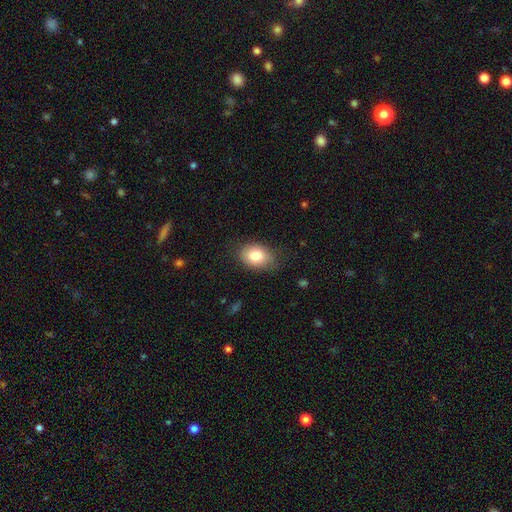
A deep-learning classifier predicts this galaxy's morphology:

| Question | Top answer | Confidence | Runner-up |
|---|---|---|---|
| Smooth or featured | smooth | 81% | featured or disk (11%) |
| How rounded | in between | 76% | round (23%) |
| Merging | none | 77% | minor disturbance (18%) |